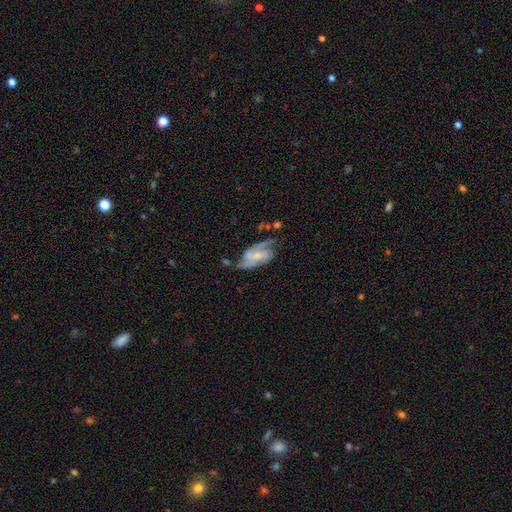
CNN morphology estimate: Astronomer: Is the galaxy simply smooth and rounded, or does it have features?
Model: featured or disk — 79%.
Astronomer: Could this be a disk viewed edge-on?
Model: no — 96%.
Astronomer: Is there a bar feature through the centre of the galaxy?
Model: no — 48% (runner-up: weak, 40%).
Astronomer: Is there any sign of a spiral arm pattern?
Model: yes — 91%.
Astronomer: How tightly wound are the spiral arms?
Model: medium — 47% (runner-up: loose, 28%).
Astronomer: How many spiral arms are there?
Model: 2 — 65%.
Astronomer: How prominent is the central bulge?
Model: small — 53% (runner-up: moderate, 32%).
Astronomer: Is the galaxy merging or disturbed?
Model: none — 48% (runner-up: minor disturbance, 26%).